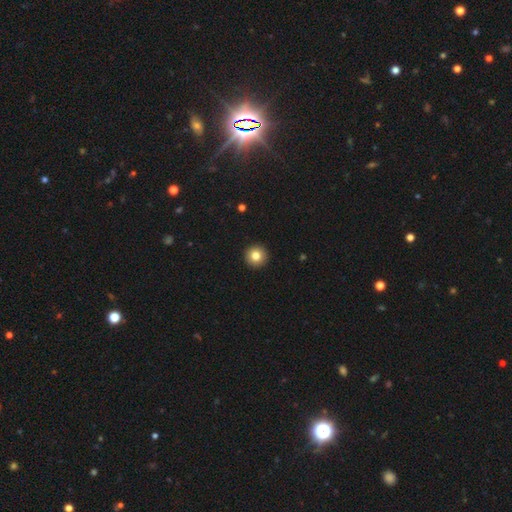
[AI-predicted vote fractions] This appears to be a smooth galaxy with no disk features (82%) that is round (96%). Merging: none (94%).